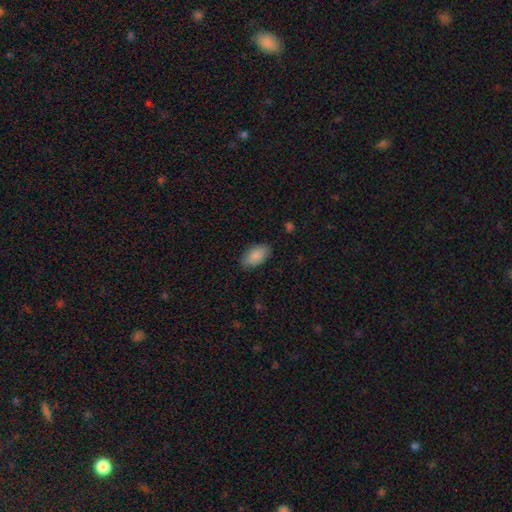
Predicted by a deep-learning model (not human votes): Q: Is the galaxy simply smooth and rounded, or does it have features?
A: smooth — 88%.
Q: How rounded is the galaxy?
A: in between — 95%.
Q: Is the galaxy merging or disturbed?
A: none — 86%.